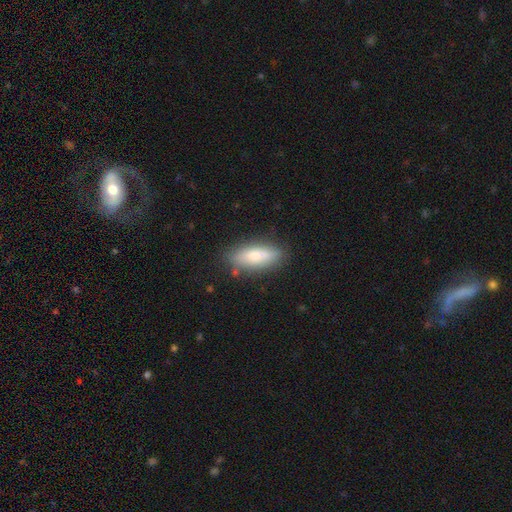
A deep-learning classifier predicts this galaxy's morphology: Smooth or featured? smooth (76%)
How rounded? in between (60%)
Merging? none (80%)